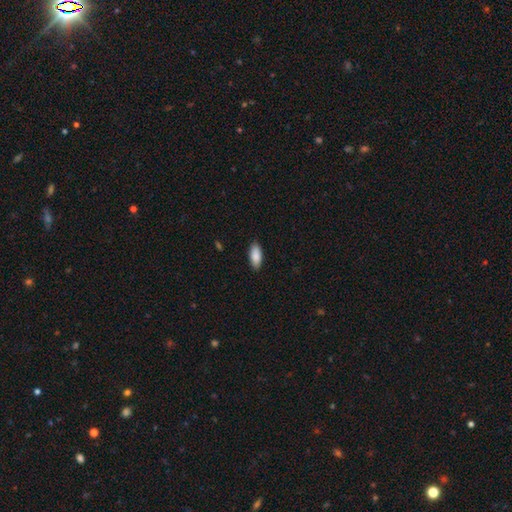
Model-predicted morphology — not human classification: Overall: smooth (89%). How rounded: in between (86%). Merging: none (88%).